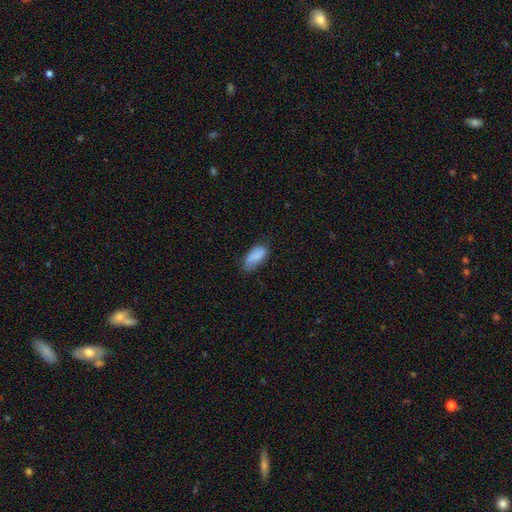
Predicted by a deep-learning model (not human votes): Morphology: type=smooth (85%); roundness=in between (89%); merging=none (60%).